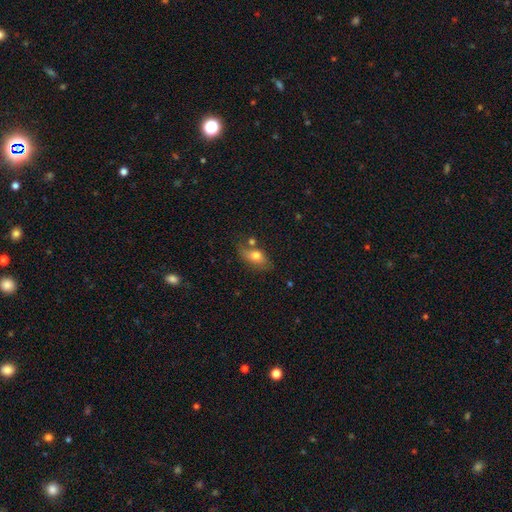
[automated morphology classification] Q: Smooth or featured?
A: smooth (70%); runner-up: featured or disk (21%)
Q: How rounded?
A: in between (83%); runner-up: round (8%)
Q: Merging?
A: none (59%); runner-up: minor disturbance (20%)